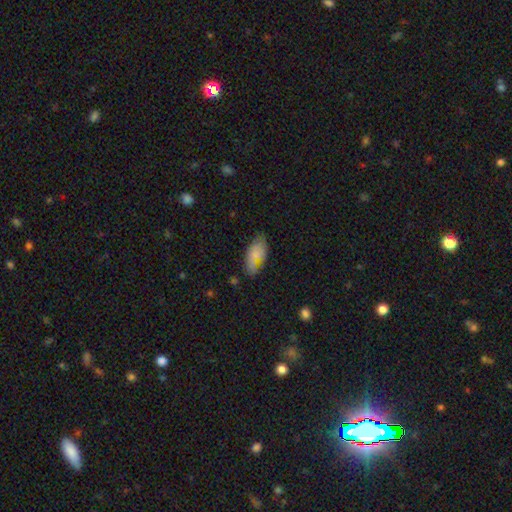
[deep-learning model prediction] Smooth or featured: smooth — 73% (featured or disk — 18%)
How rounded: in between — 92% (cigar-shaped — 6%)
Merging: none — 67% (minor disturbance — 23%)